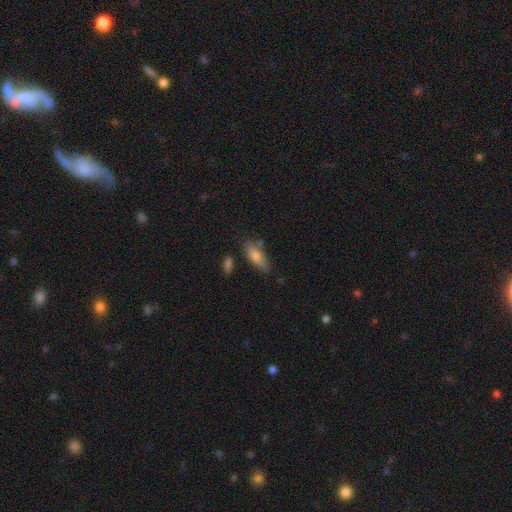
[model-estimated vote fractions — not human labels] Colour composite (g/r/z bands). It shows a smooth galaxy with no disk features (76%) that is in between round and cigar-shaped (64%). Merging: none (72%).